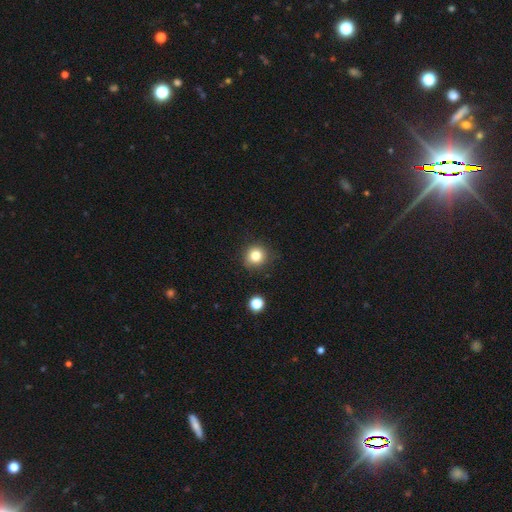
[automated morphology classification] A smooth galaxy with no disk features (81%) that is round (91%). Merging: none (87%).